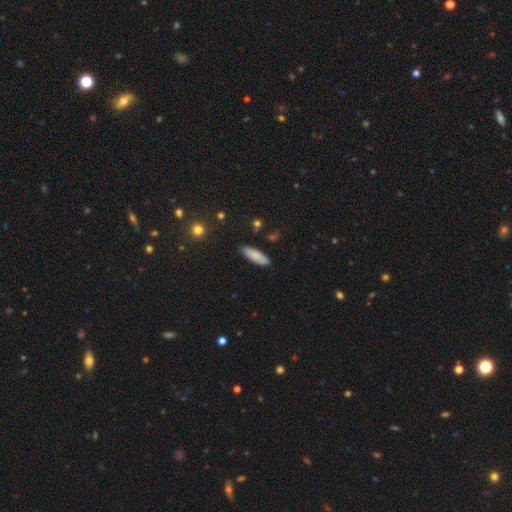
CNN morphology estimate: Smooth or featured? smooth (84%)
How rounded? in between (51%)
Merging? none (87%)